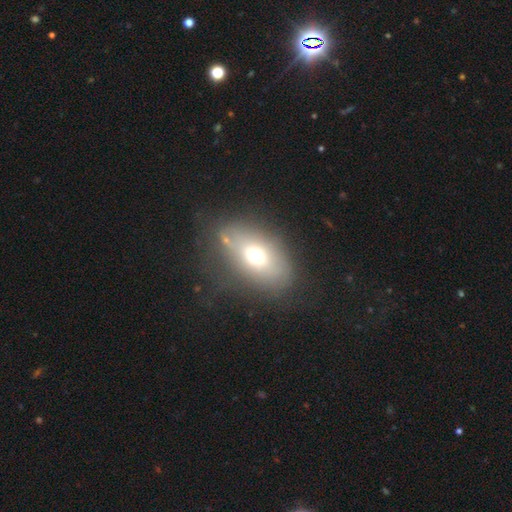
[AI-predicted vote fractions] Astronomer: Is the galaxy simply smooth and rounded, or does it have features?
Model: smooth — 63%.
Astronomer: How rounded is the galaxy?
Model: in between — 82%.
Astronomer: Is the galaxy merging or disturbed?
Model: none — 70%.